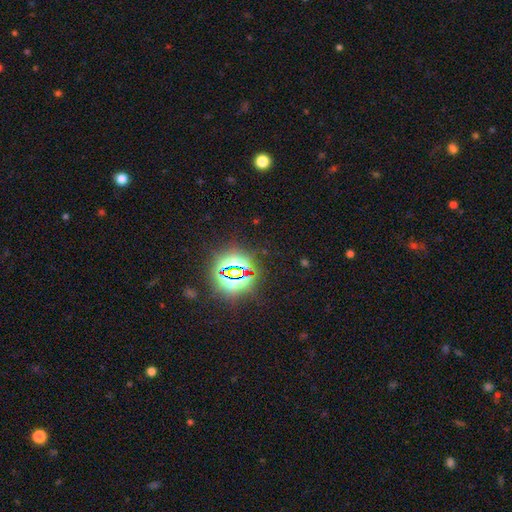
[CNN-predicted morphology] Overall: star or artifact (84%).